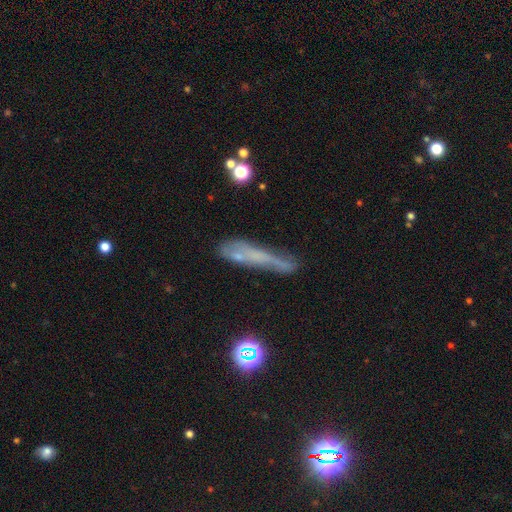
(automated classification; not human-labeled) smooth 44%, featured or disk 40%, star or artifact 16%. Down the decision tree: merging — none (51%).